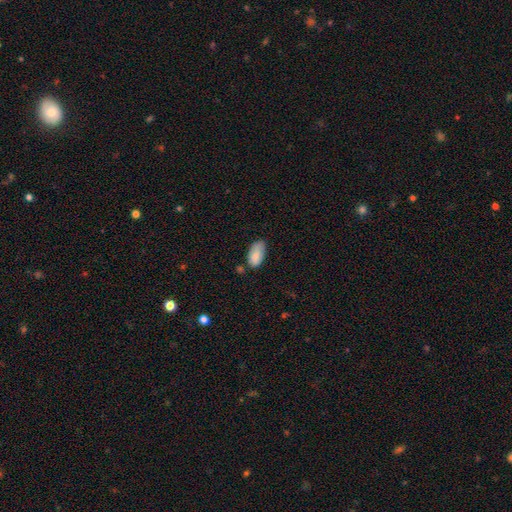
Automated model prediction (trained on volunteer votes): Smooth or featured? Predicted: smooth (p=0.83). How rounded? Predicted: in between (p=0.93). Merging? Predicted: none (p=0.58).